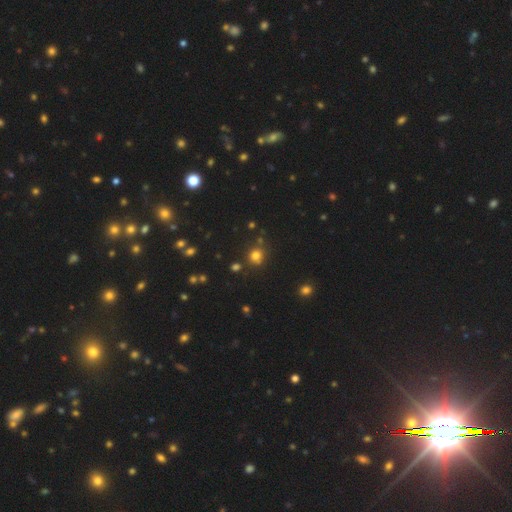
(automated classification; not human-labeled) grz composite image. It shows a smooth galaxy with no disk features (74%) that is round (86%). Merging: none (76%).